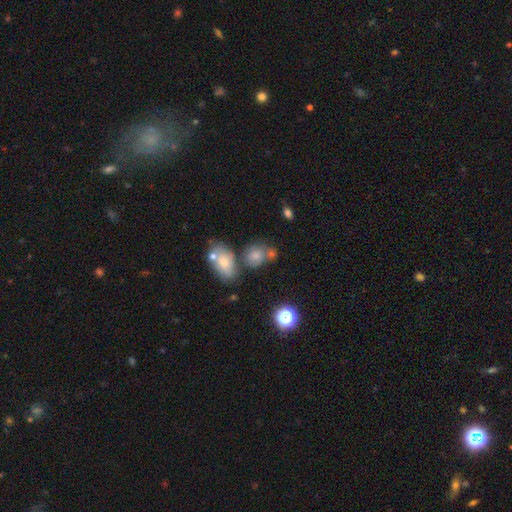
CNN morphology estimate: smooth_or_featured: smooth (p=0.69) [alt: featured or disk p=0.17]
how_rounded: round (p=0.52) [alt: in between p=0.46]
merging: none (p=0.44) [alt: merger p=0.30]